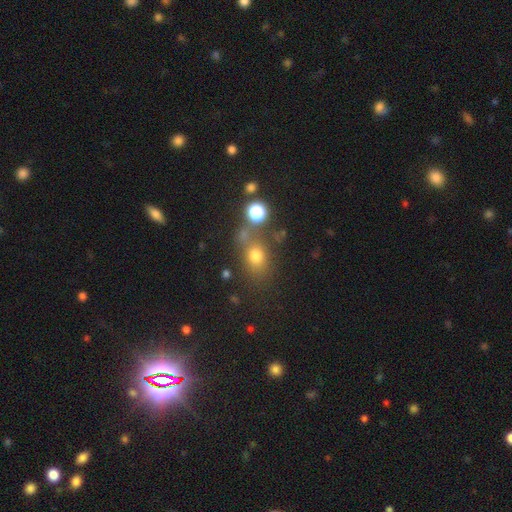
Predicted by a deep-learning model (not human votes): Morphology: type=smooth (71%); roundness=round (51%); merging=none (62%).